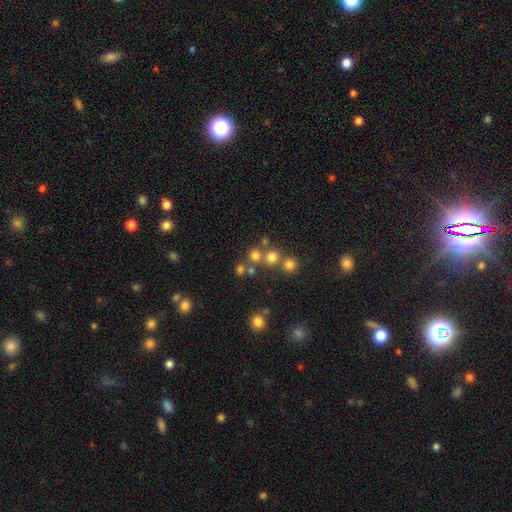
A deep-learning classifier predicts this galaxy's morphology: This appears to be a smooth galaxy with no disk features (68%) that is round (90%). Merging: none (62%).